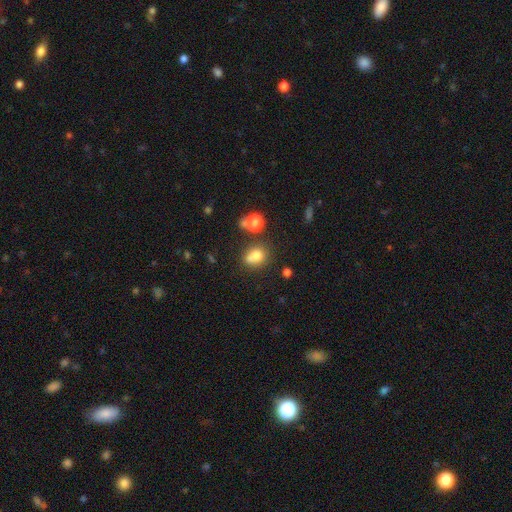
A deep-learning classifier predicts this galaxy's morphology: smooth-or-featured: smooth: 74% | star or artifact: 14% | featured or disk: 12%
  how-rounded: round: 59% | in between: 40% | cigar-shaped: 1%
  merging: none: 46% | merger: 31% | minor disturbance: 16% | major disturbance: 7%